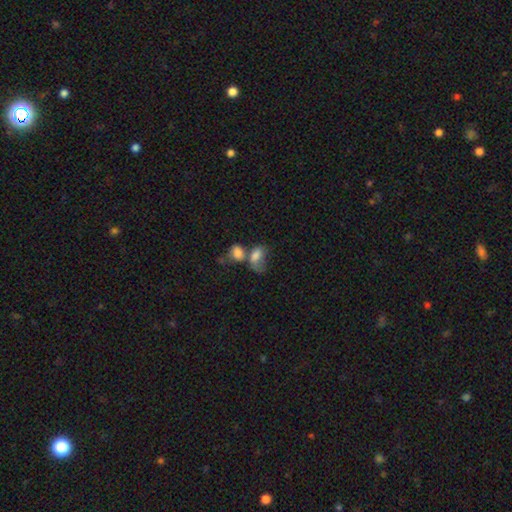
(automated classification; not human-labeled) Smooth or featured? Predicted: smooth (p=0.78). How rounded? Predicted: in between (p=0.84). Merging? Predicted: merger (p=0.57).